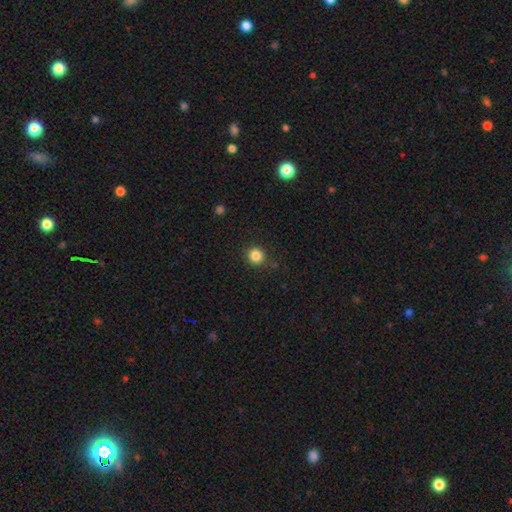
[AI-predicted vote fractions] This appears to be a smooth galaxy with no disk features (85%) that is round (93%). Merging: none (89%).